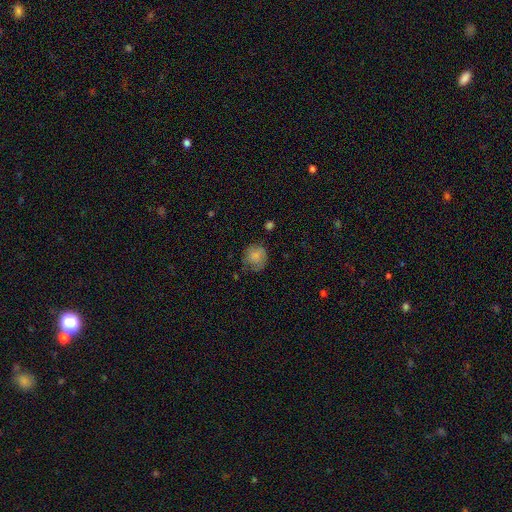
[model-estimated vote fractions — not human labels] smooth-or-featured: smooth: 76% | featured or disk: 15% | star or artifact: 10%
  how-rounded: round: 77% | in between: 22% | cigar-shaped: 1%
  merging: none: 58% | minor disturbance: 28% | major disturbance: 12% | merger: 2%